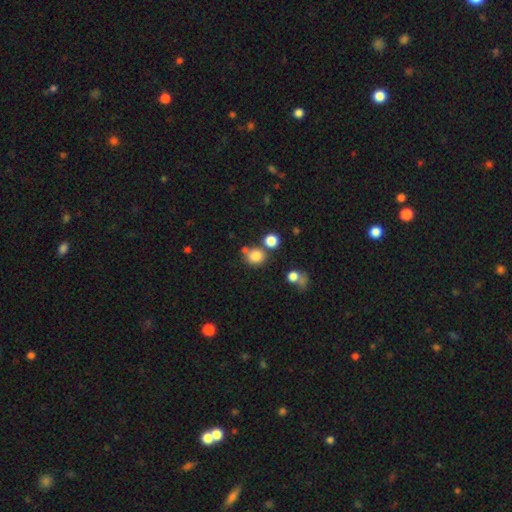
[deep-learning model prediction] A smooth galaxy with no disk features (81%) that is round (79%).

Vote fractions:
- Smooth or featured? smooth: 81% / star or artifact: 13% / featured or disk: 7%
- How rounded? round: 79% / in between: 20% / cigar-shaped: 1%
- Merging? none: 63% / merger: 20% / minor disturbance: 12% / major disturbance: 5%